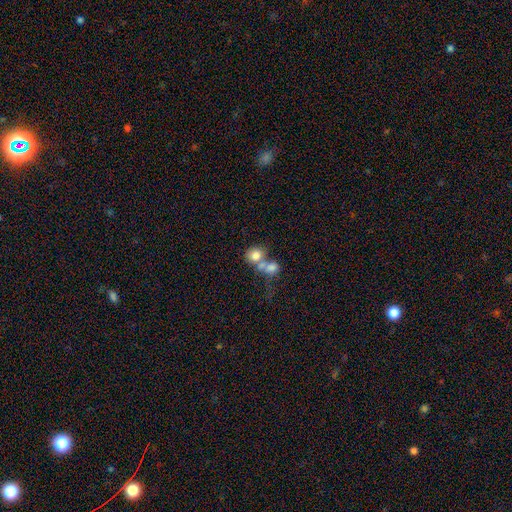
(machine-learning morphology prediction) Smooth or featured? Predicted: smooth (p=0.74). How rounded? Predicted: round (p=0.71). Merging? Predicted: merger (p=0.60).